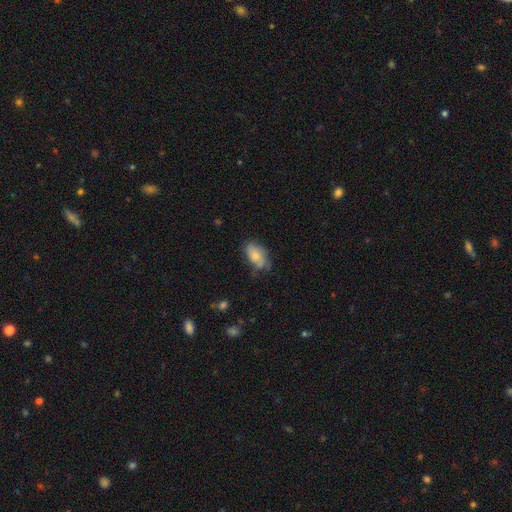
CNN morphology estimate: type=smooth (66%); roundness=in between (91%); merging=none (55%).